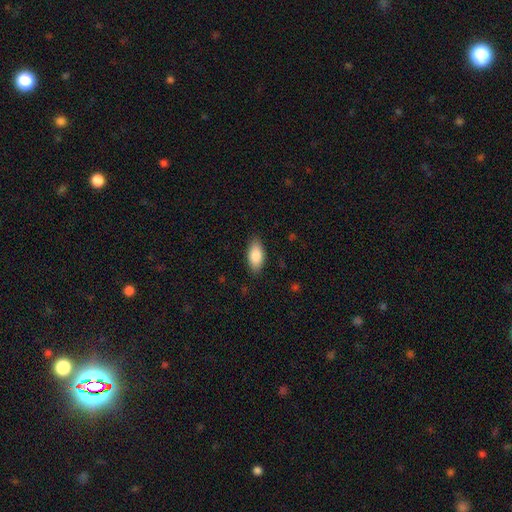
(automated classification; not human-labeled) A smooth galaxy with no disk features (86%) that is in between round and cigar-shaped (91%). Merging: none (86%).